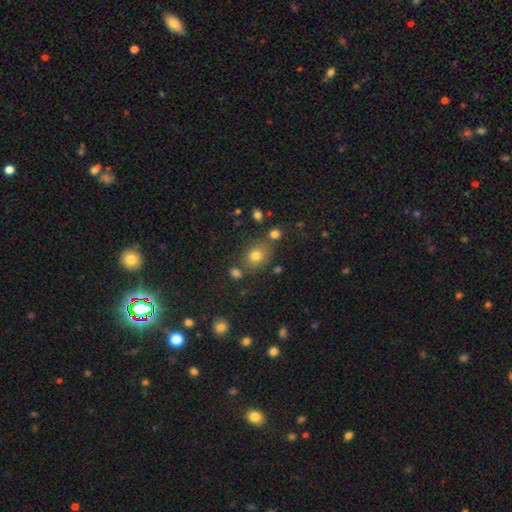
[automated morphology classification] Smooth or featured? smooth (77%)
How rounded? round (60%)
Merging? none (69%)